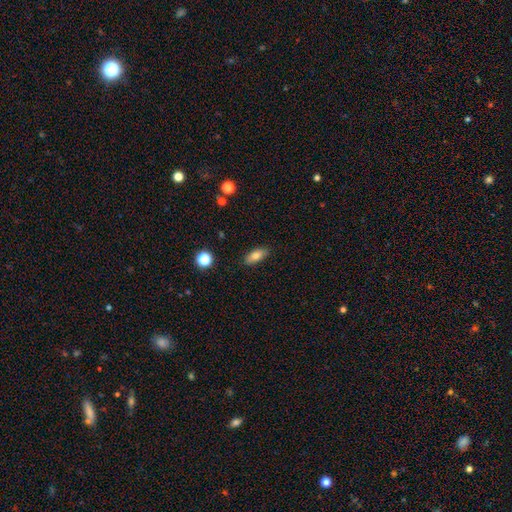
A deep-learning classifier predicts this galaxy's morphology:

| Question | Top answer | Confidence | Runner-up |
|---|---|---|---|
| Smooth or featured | smooth | 80% | featured or disk (12%) |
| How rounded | in between | 81% | cigar-shaped (15%) |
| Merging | none | 86% | minor disturbance (10%) |